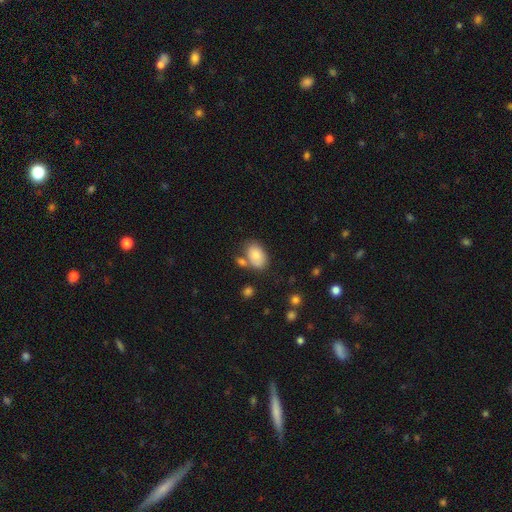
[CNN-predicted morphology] smooth-or-featured: smooth: 81% | featured or disk: 11% | star or artifact: 7%
  how-rounded: in between: 88% | round: 10% | cigar-shaped: 1%
  merging: none: 59% | minor disturbance: 18% | merger: 17% | major disturbance: 6%